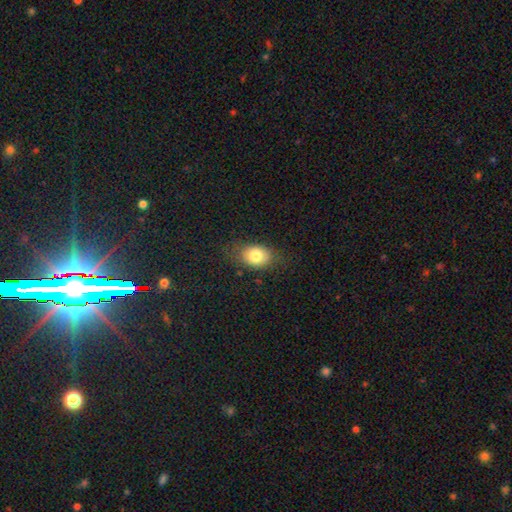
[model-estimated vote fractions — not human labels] Smooth or featured? Predicted: smooth (p=0.79). How rounded? Predicted: in between (p=0.68). Merging? Predicted: none (p=0.73).